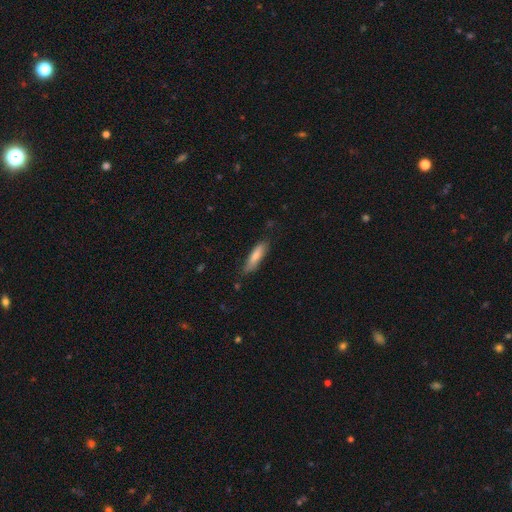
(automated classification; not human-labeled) smooth_or_featured: smooth (p=0.79) [alt: featured or disk p=0.15]
how_rounded: cigar-shaped (p=0.68) [alt: in between p=0.31]
merging: none (p=0.76) [alt: minor disturbance p=0.19]